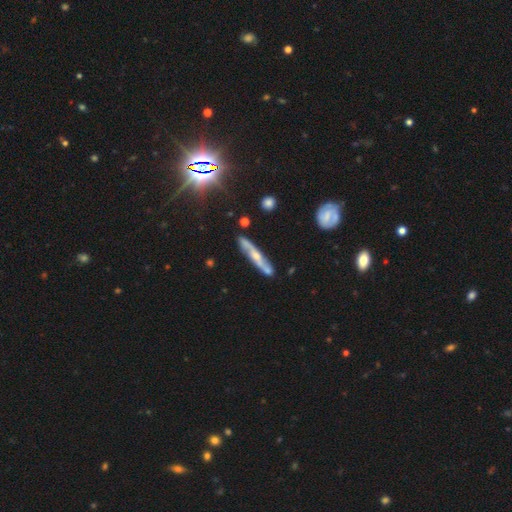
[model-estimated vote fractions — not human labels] smooth-or-featured: featured or disk: 69% | smooth: 25% | star or artifact: 6%
  disk-edge-on: yes: 66% | no: 34%
  merging: none: 74% | minor disturbance: 17% | merger: 5% | major disturbance: 4%